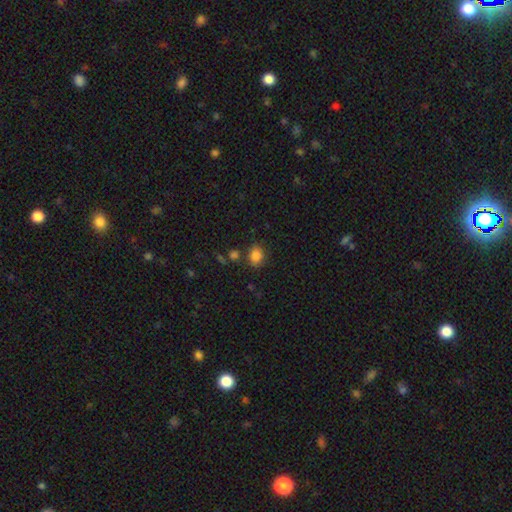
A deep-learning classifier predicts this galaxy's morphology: The model was most divided on "how rounded": round: 54%, in between: 45%, cigar-shaped: 1%. More confident: smooth or featured — smooth (84%); merging — none (77%).